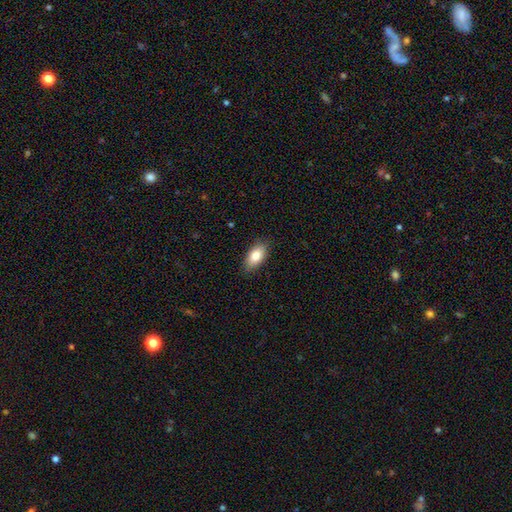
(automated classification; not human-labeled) A smooth galaxy with no disk features (84%) that is in between round and cigar-shaped (90%).

Vote fractions:
- Smooth or featured? smooth: 84% / featured or disk: 10% / star or artifact: 7%
- How rounded? in between: 90% / cigar-shaped: 6% / round: 3%
- Merging? none: 86% / minor disturbance: 11% / major disturbance: 2% / merger: 1%